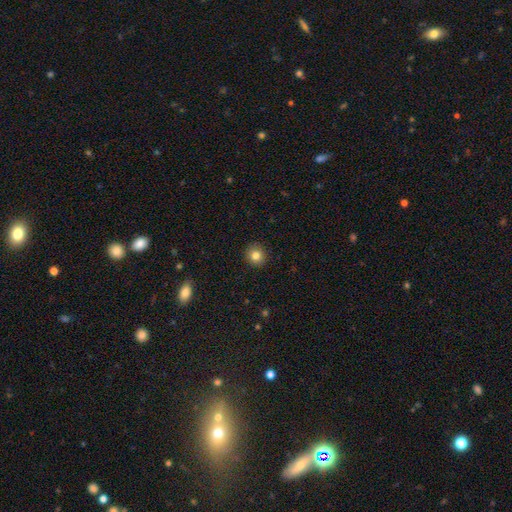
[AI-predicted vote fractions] smooth 82%, star or artifact 11%, featured or disk 7%. Down the decision tree: how rounded — round (91%); merging — none (92%).